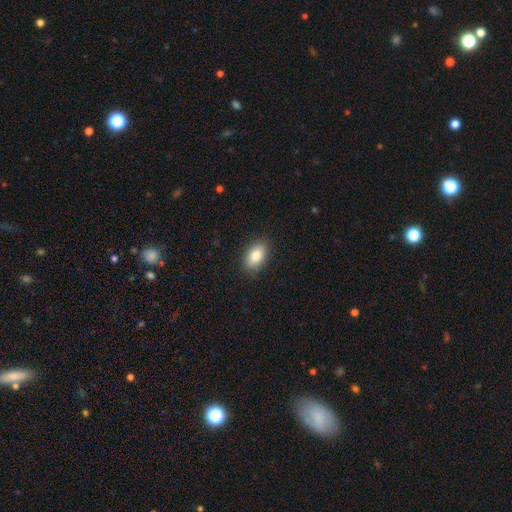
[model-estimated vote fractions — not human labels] A smooth galaxy with no disk features (84%) that is in between round and cigar-shaped (90%). Merging: none (87%).